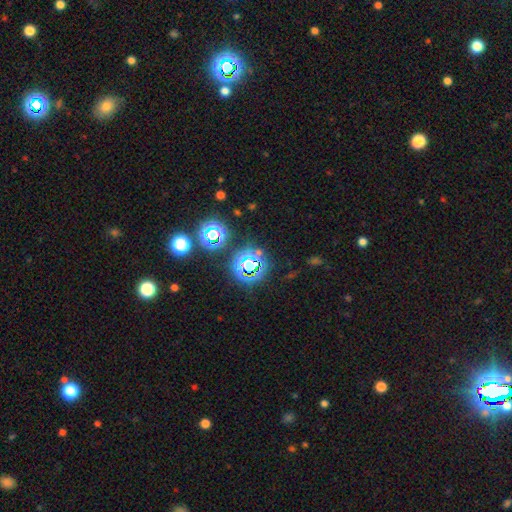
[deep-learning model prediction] This is likely a star or artifact rather than a galaxy (74%).